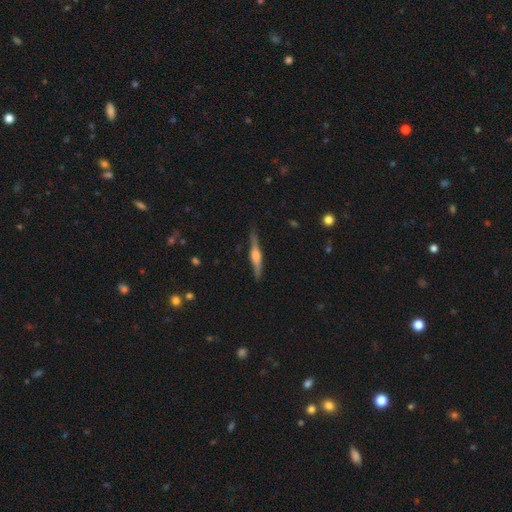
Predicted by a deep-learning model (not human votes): The model was most divided on "smooth or featured": featured or disk: 66%, smooth: 28%, star or artifact: 6%. More confident: edge-on disk — yes (97%); merging — none (84%); edge-on bulge — rounded (77%).